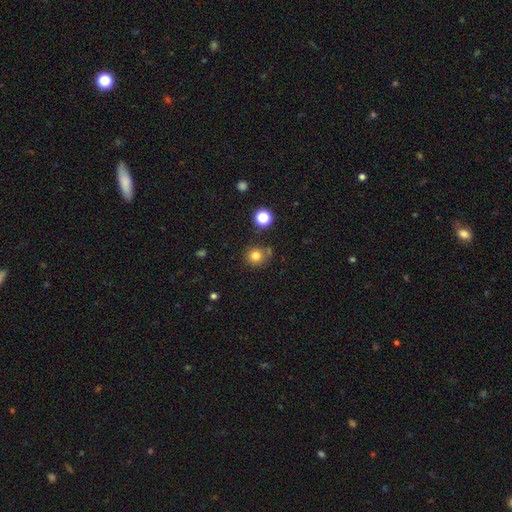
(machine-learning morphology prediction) smooth 79%, star or artifact 14%, featured or disk 6%. Down the decision tree: how rounded — round (92%); merging — none (79%).